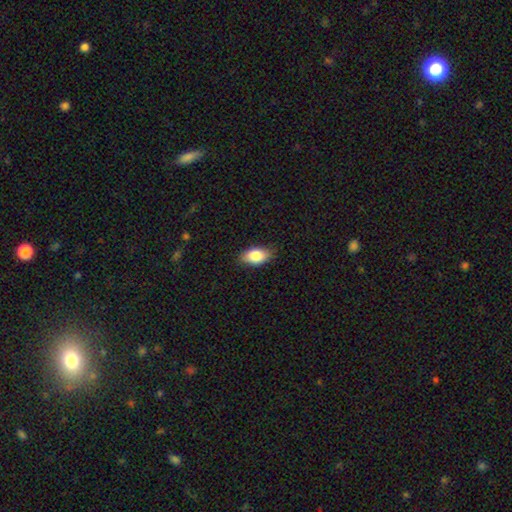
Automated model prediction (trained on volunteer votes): Smooth or featured? Predicted: smooth (p=0.84). How rounded? Predicted: in between (p=0.91). Merging? Predicted: none (p=0.85).